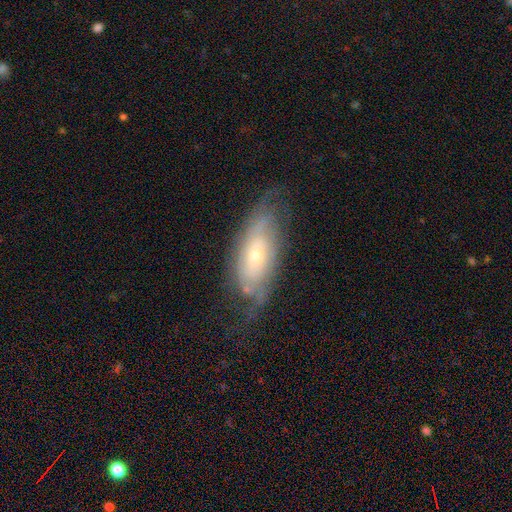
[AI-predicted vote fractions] Smooth or featured: featured or disk — 65% (smooth — 27%)
Edge-on disk: no — 85% (yes — 15%)
Bar: no — 75% (weak — 20%)
Spiral arms: yes — 73% (no — 27%)
Bulge size: small — 59% (moderate — 36%)
Merging: none — 59% (minor disturbance — 25%)